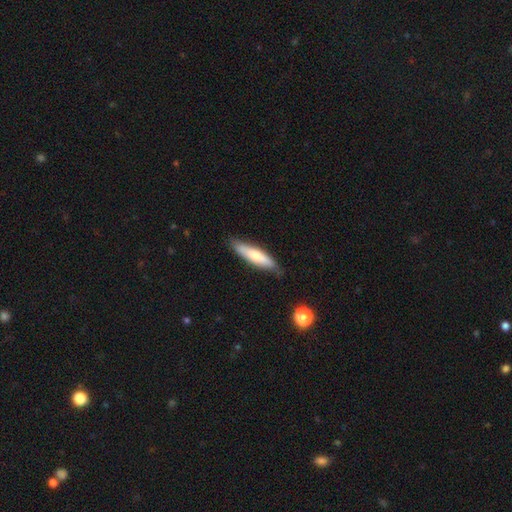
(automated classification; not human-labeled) Overall: smooth (66%; featured or disk 28%). How rounded: cigar-shaped (77%). Merging: none (80%).